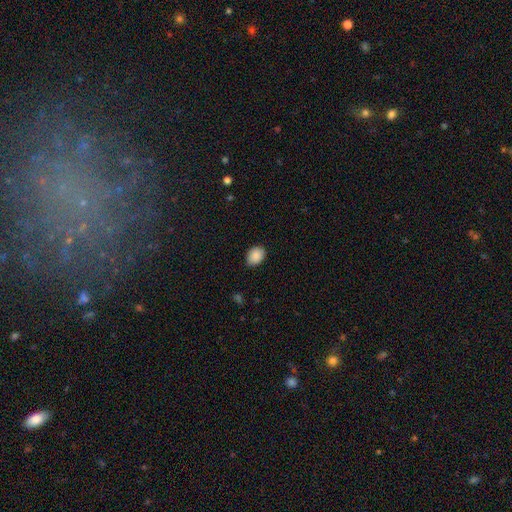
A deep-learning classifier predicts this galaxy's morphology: smooth-or-featured: smooth: 89% | star or artifact: 7% | featured or disk: 3%
  how-rounded: in between: 66% | round: 33% | cigar-shaped: 1%
  merging: none: 84% | minor disturbance: 13% | major disturbance: 2% | merger: 1%